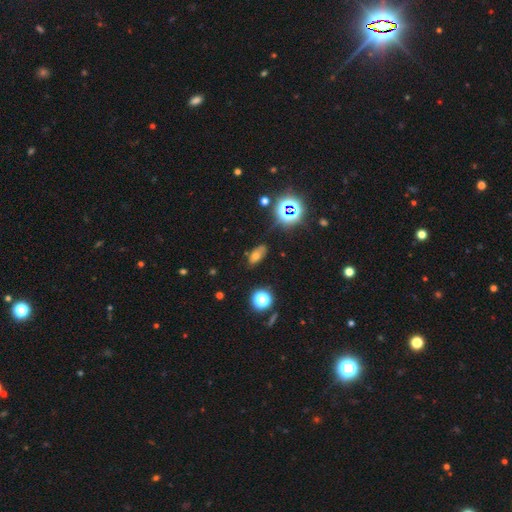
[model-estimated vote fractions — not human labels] A smooth galaxy with no disk features (58%) that is in between round and cigar-shaped (84%).

Vote fractions:
- Smooth or featured? smooth: 58% / star or artifact: 27% / featured or disk: 15%
- How rounded? in between: 84% / round: 10% / cigar-shaped: 7%
- Merging? none: 75% / minor disturbance: 18% / major disturbance: 4% / merger: 3%